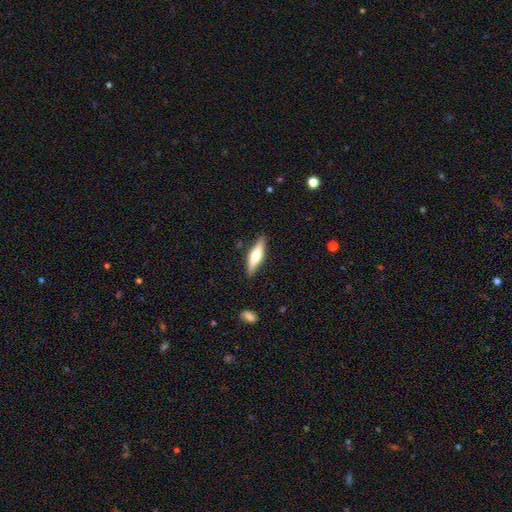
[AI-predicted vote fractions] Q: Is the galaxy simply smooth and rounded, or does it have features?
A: featured or disk — 49%.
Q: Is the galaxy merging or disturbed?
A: none — 87%.